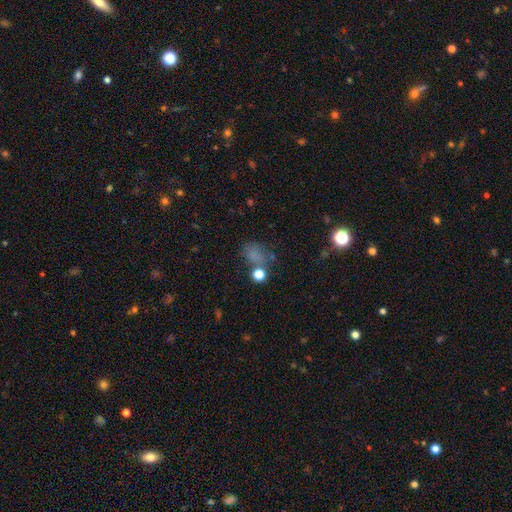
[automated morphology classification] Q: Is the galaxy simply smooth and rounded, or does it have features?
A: smooth — 66%.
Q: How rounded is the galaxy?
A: in between — 52%.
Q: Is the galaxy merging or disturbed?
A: none — 52%.